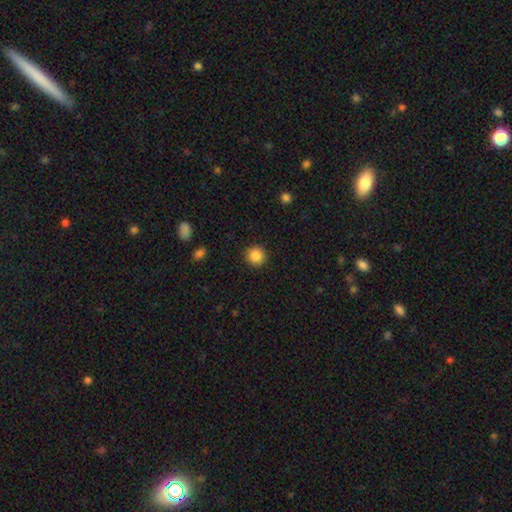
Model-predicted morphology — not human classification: Smooth or featured? Predicted: smooth (p=0.87). How rounded? Predicted: round (p=0.94). Merging? Predicted: none (p=0.92).